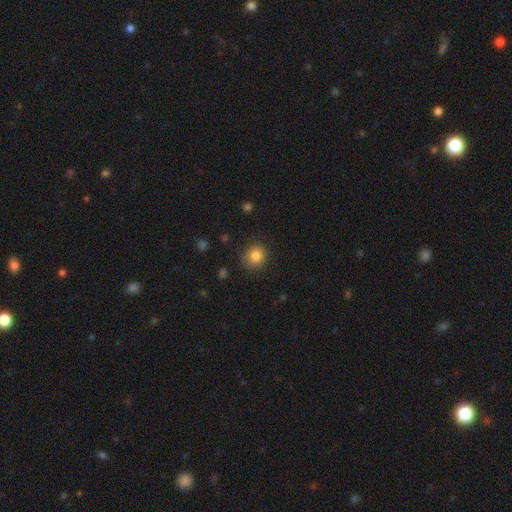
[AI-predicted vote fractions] Smooth or featured?
  - smooth: 84% *
  - star or artifact: 11%
  - featured or disk: 5%
How rounded?
  - round: 84% *
  - in between: 15%
  - cigar-shaped: 1%
Merging?
  - none: 81% *
  - minor disturbance: 14%
  - major disturbance: 3%
  - merger: 1%